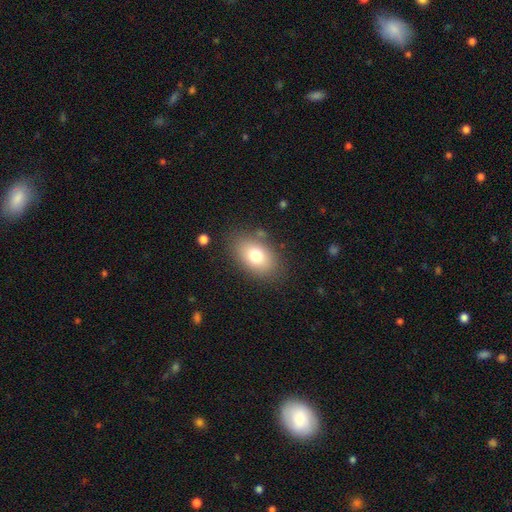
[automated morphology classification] A smooth galaxy with no disk features (76%) that is in between round and cigar-shaped (86%). Merging: none (81%).